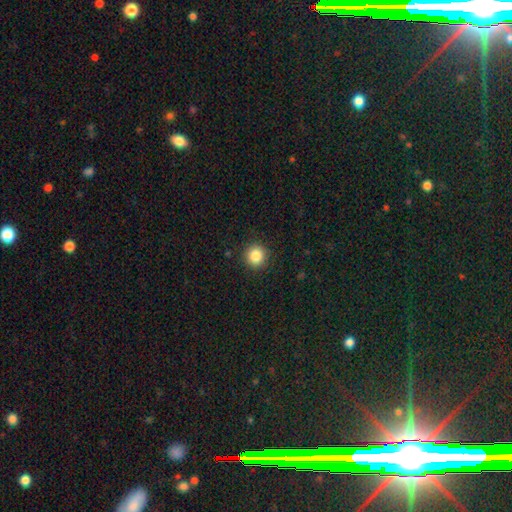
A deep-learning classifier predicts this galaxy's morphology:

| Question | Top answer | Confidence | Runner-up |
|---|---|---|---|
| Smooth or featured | smooth | 85% | star or artifact (10%) |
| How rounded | round | 94% | in between (5%) |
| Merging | none | 92% | minor disturbance (5%) |